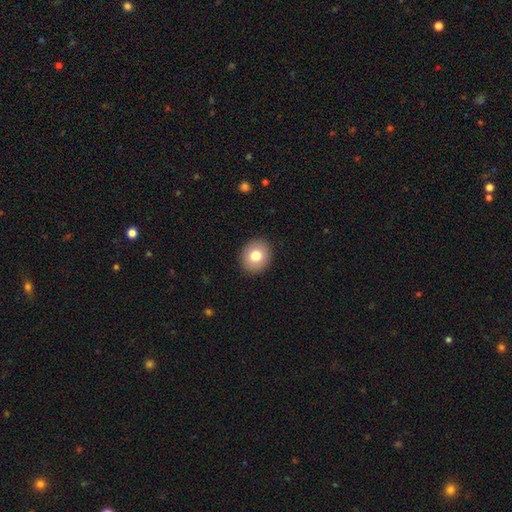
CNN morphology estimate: The model was most divided on "how rounded": round: 79%, in between: 21%, cigar-shaped: 1%. More confident: merging — none (91%); smooth or featured — smooth (78%).